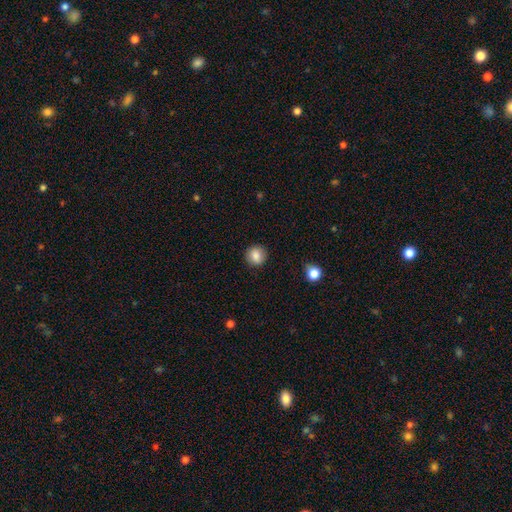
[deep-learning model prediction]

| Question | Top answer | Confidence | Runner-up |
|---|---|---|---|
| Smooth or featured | smooth | 85% | star or artifact (9%) |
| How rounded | round | 87% | in between (12%) |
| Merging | none | 89% | minor disturbance (8%) |